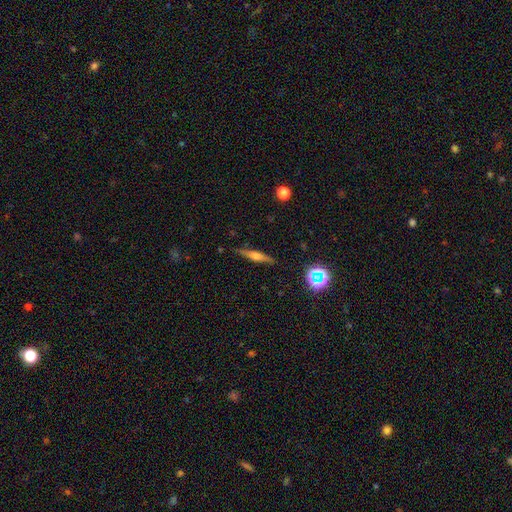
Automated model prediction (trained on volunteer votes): Smooth or featured: featured or disk — 60% (smooth — 30%)
Edge-on disk: yes — 96% (no — 4%)
Edge-on bulge: rounded — 74% (boxy — 19%)
Merging: none — 86% (minor disturbance — 10%)